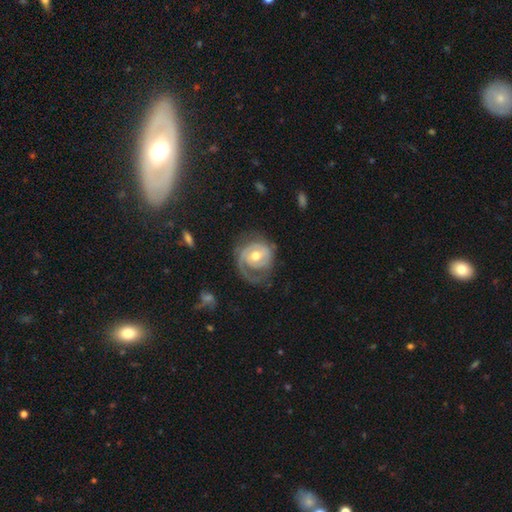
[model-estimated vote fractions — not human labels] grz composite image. It shows a featured or disk galaxy (82%) with no bar (55%), 1 (46%) tight (61%) spiral arms (91%) and a moderate central bulge (75%). Merging: none (56%).